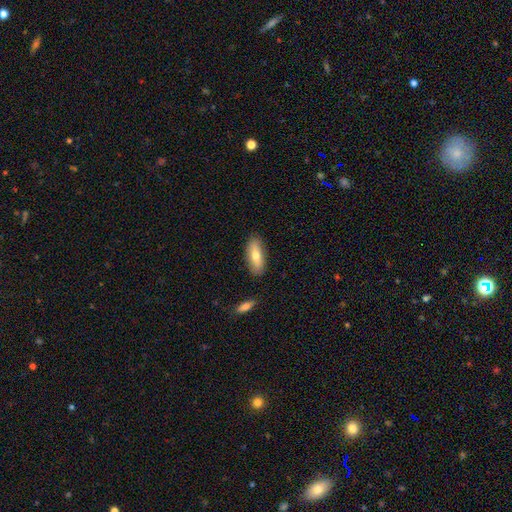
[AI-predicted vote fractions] Smooth or featured? Predicted: smooth (p=0.70). How rounded? Predicted: in between (p=0.73). Merging? Predicted: none (p=0.84).